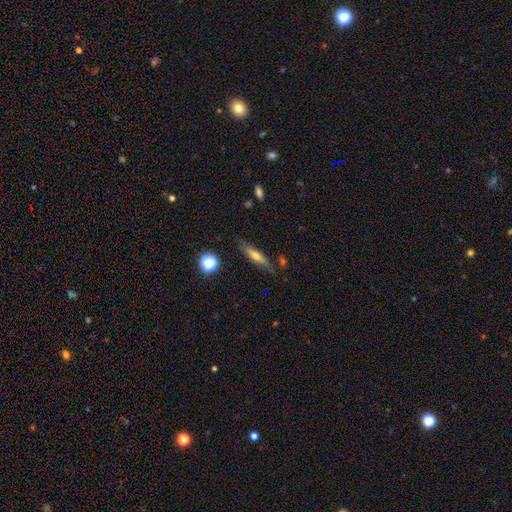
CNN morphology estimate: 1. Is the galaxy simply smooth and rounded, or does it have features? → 47% featured or disk, 44% smooth, 9% star or artifact.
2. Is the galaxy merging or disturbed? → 80% none, 14% minor disturbance, 3% major disturbance, 3% merger.